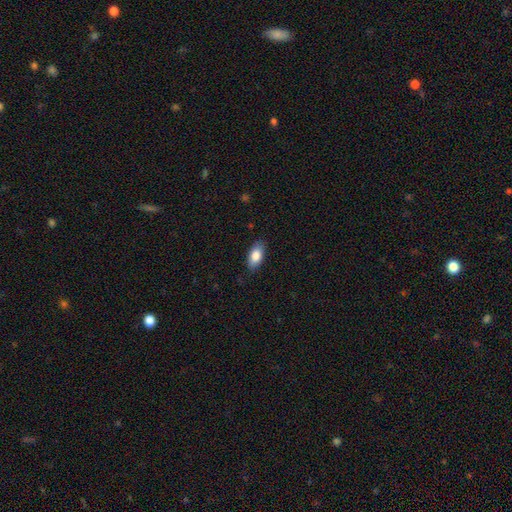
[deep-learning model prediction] The model was most divided on "merging": none: 84%, minor disturbance: 12%, major disturbance: 3%, merger: 1%. More confident: how rounded — in between (91%); smooth or featured — smooth (84%).